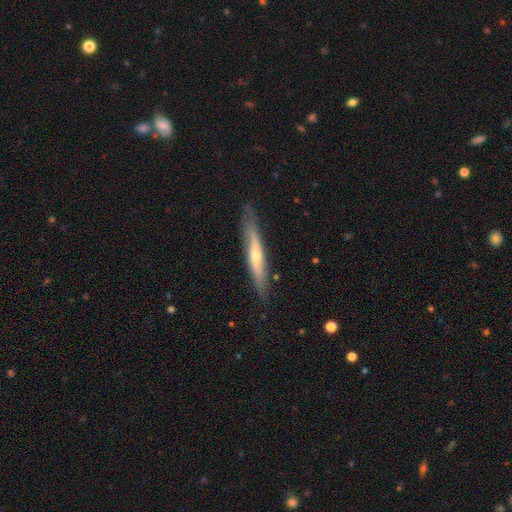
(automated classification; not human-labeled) smooth-or-featured: featured or disk: 56% | smooth: 38% | star or artifact: 6%
  disk-edge-on: yes: 88% | no: 12%
  merging: none: 83% | minor disturbance: 13% | major disturbance: 2% | merger: 1%